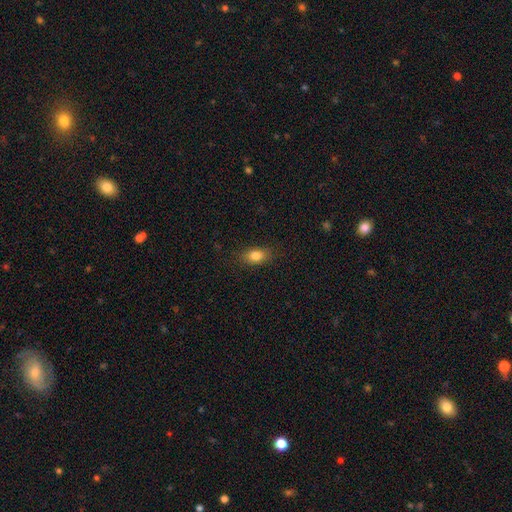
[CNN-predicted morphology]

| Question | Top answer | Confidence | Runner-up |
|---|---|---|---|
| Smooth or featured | smooth | 83% | star or artifact (9%) |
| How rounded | in between | 80% | round (16%) |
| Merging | none | 85% | minor disturbance (11%) |